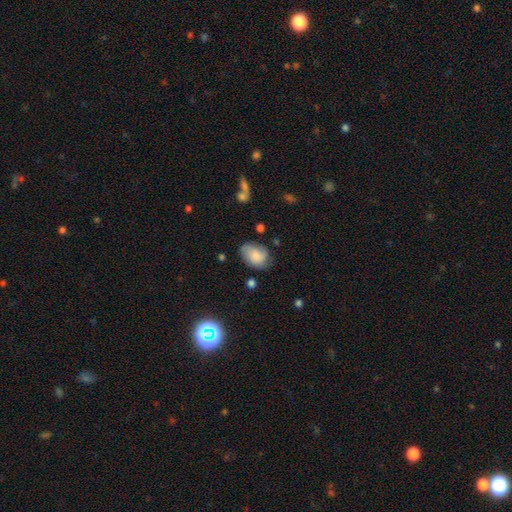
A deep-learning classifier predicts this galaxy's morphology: smooth_or_featured: smooth (p=0.73) [alt: featured or disk p=0.18]
how_rounded: in between (p=0.76) [alt: round p=0.23]
merging: none (p=0.63) [alt: minor disturbance p=0.26]